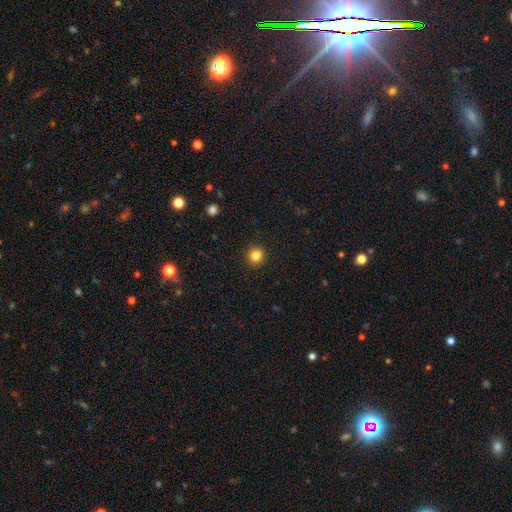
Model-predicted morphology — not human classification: This is clearly a smooth galaxy (84%). How rounded: clearly round (85%). Merging: clearly none (90%).